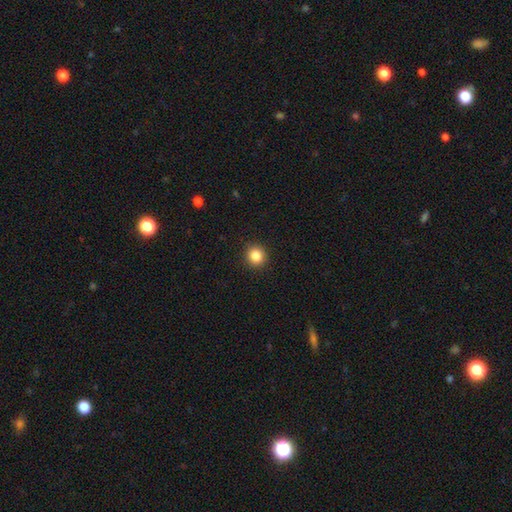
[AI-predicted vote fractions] smooth 85%, star or artifact 11%, featured or disk 4%. Down the decision tree: how rounded — round (92%); merging — none (92%).